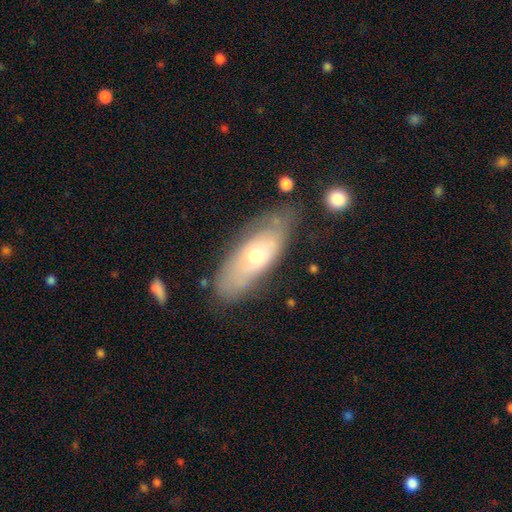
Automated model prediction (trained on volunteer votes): Smooth or featured? smooth (51%)
How rounded? in between (73%)
Merging? none (59%)